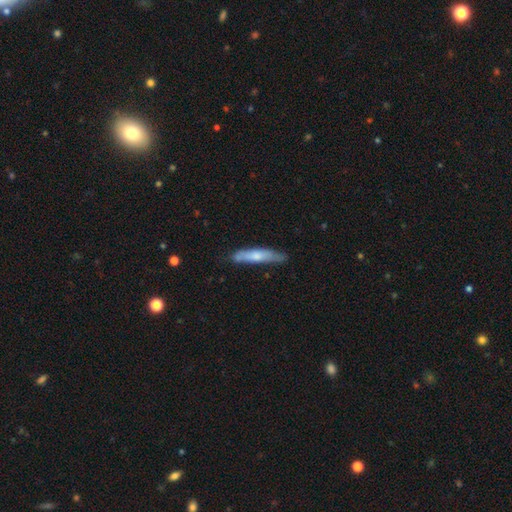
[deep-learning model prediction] Smooth or featured?
  - smooth: 62% *
  - featured or disk: 33%
  - star or artifact: 5%
How rounded?
  - cigar-shaped: 88% *
  - in between: 11%
  - round: 1%
Merging?
  - none: 75% *
  - minor disturbance: 20%
  - major disturbance: 3%
  - merger: 2%